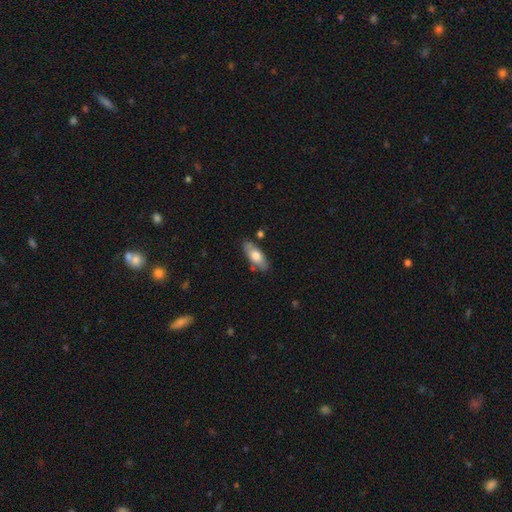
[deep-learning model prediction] This appears to be a smooth galaxy with no disk features (69%) that is in between round and cigar-shaped (78%). Merging: none (78%).